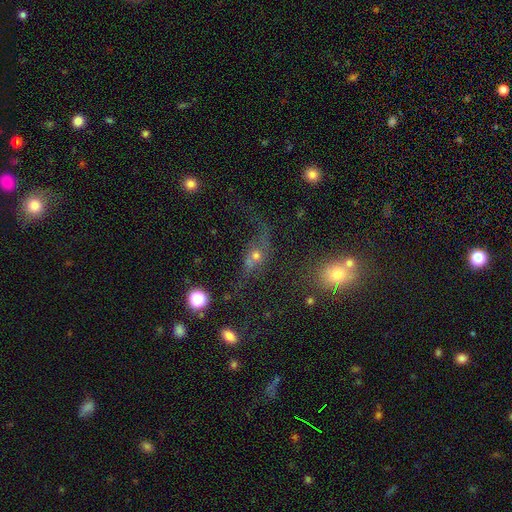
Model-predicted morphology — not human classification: Smooth or featured? smooth (42%)
Merging? none (34%)